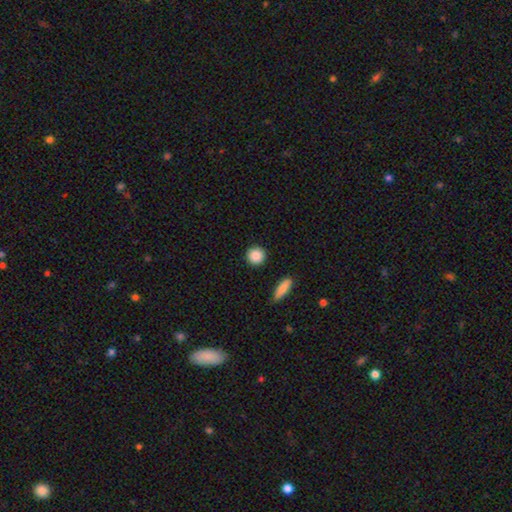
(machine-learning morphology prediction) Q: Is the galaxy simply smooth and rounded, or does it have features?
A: smooth — 88%.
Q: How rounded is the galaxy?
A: round — 92%.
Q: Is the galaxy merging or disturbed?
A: none — 91%.